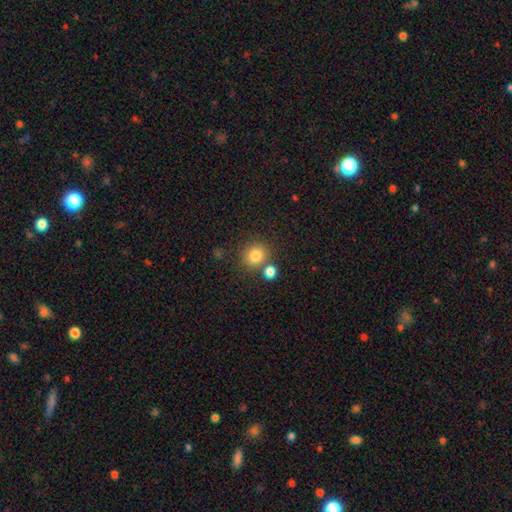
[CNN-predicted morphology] Overall: smooth (81%). How rounded: round (84%). Merging: none (71%).